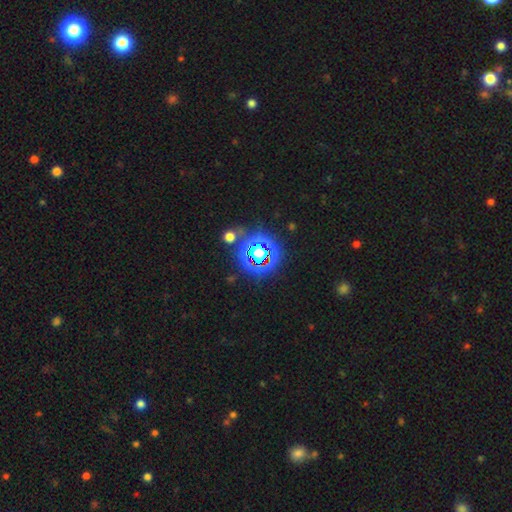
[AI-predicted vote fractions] This is likely a star or artifact rather than a galaxy (71%).